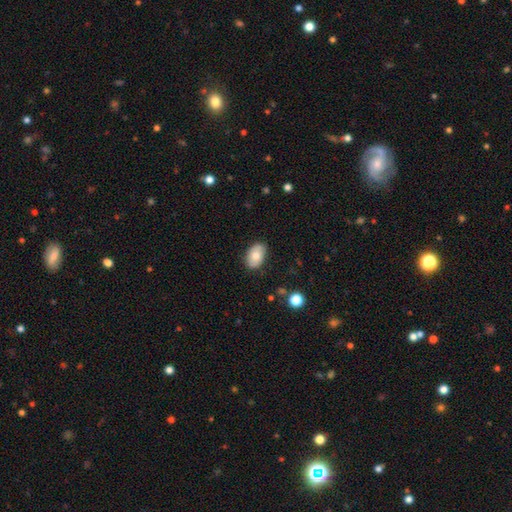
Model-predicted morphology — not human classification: Smooth or featured: smooth — 75% (featured or disk — 18%)
How rounded: in between — 91% (round — 7%)
Merging: none — 84% (minor disturbance — 12%)